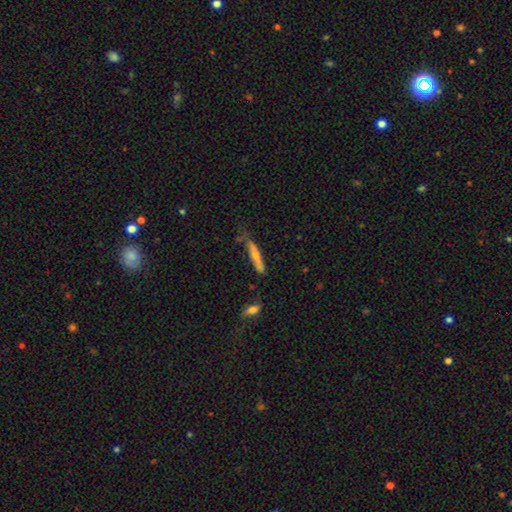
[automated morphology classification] smooth 62%, featured or disk 32%, star or artifact 6%. Down the decision tree: how rounded — cigar-shaped (90%); merging — none (63%).